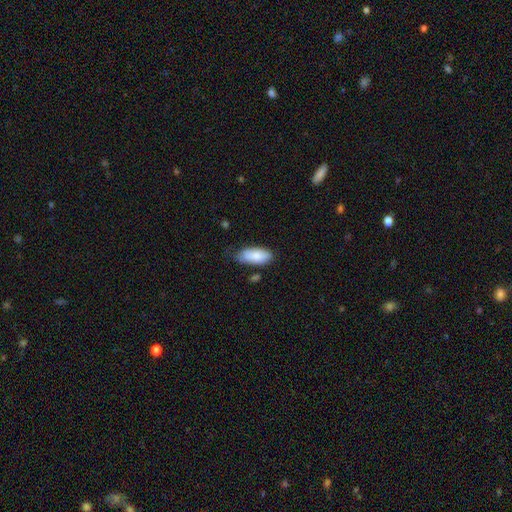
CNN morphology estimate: smooth_or_featured: smooth (p=0.83) [alt: featured or disk p=0.11]
how_rounded: in between (p=0.87) [alt: cigar-shaped p=0.11]
merging: none (p=0.66) [alt: minor disturbance p=0.25]